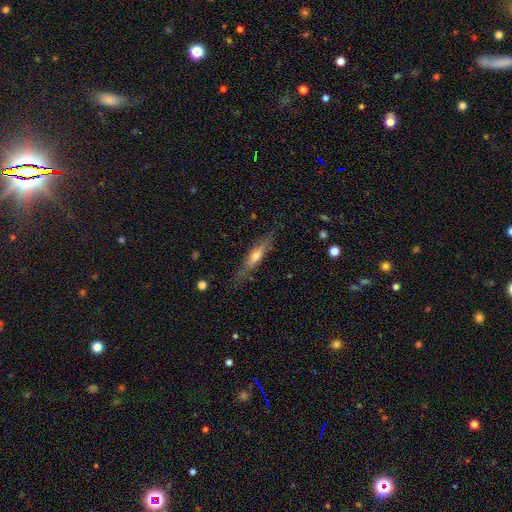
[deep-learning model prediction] Smooth or featured? featured or disk (57%)
Edge-on disk? yes (91%)
Edge-on bulge? rounded (74%)
Merging? none (81%)